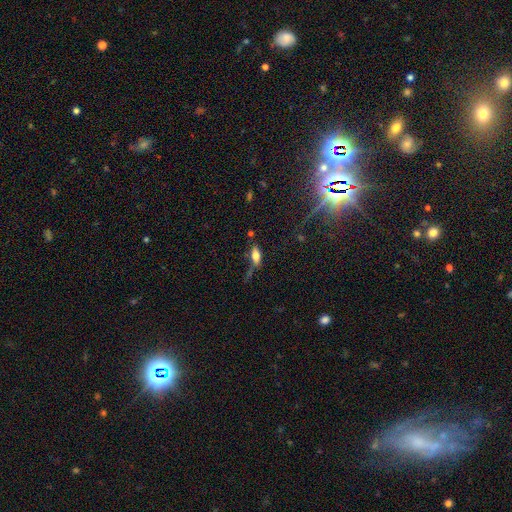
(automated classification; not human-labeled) smooth 69%, featured or disk 21%, star or artifact 10%. Down the decision tree: how rounded — in between (78%); merging — none (58%).